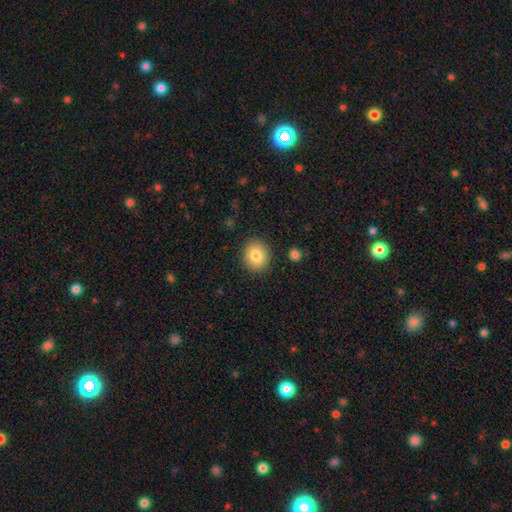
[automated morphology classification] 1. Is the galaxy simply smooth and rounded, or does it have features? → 83% smooth, 9% star or artifact, 8% featured or disk.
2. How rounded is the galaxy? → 76% round, 23% in between, 1% cigar-shaped.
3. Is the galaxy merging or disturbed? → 89% none, 7% minor disturbance, 2% major disturbance, 2% merger.